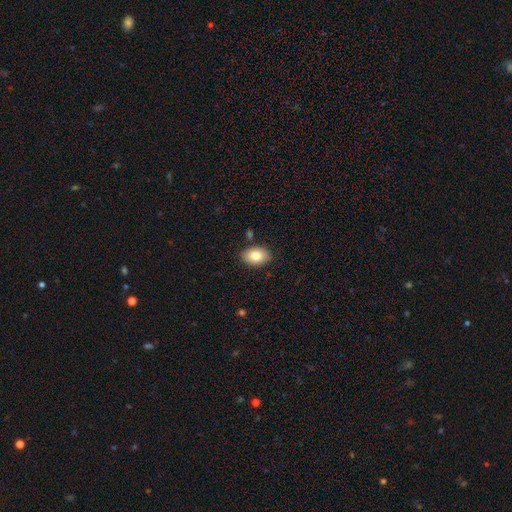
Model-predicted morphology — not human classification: smooth-or-featured: smooth: 82% | featured or disk: 11% | star or artifact: 7%
  how-rounded: in between: 87% | round: 12% | cigar-shaped: 1%
  merging: none: 85% | minor disturbance: 10% | merger: 3% | major disturbance: 2%